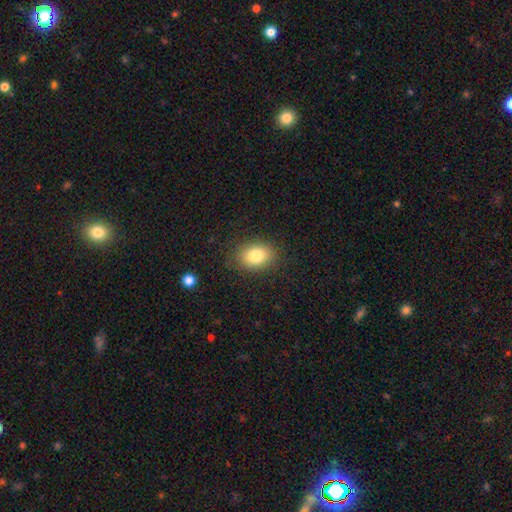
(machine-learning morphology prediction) This is clearly a smooth galaxy (82%). How rounded: likely in between (72%). Merging: clearly none (85%).